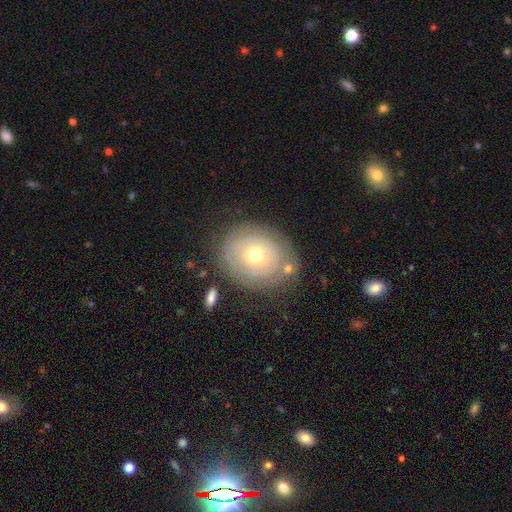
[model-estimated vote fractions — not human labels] Morphology: type=featured or disk (61%); edge-on=no (96%); bar=no (87%); spiral arms=yes (58%); bulge=moderate (60%); merging=none (73%).